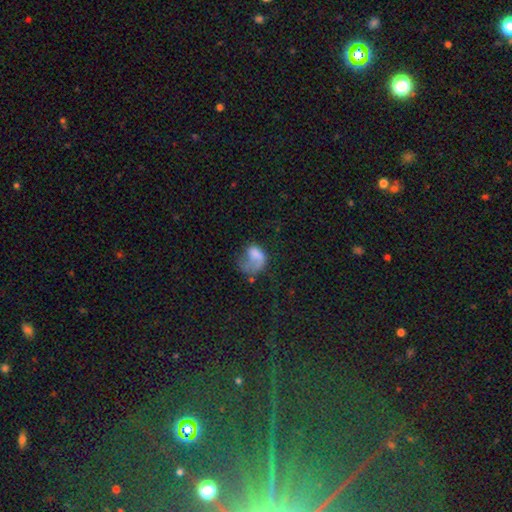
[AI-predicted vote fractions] This appears to be a smooth galaxy with no disk features (57%) that is in between round and cigar-shaped (62%). Merging: major disturbance (53%).